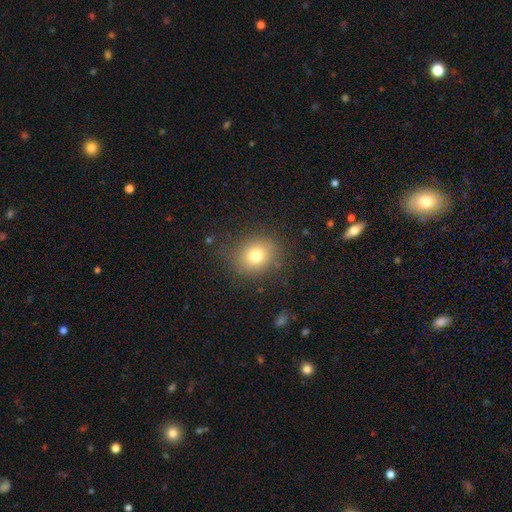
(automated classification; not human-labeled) smooth_or_featured: smooth (p=0.76) [alt: star or artifact p=0.13]
how_rounded: round (p=0.70) [alt: in between p=0.29]
merging: none (p=0.81) [alt: minor disturbance p=0.12]